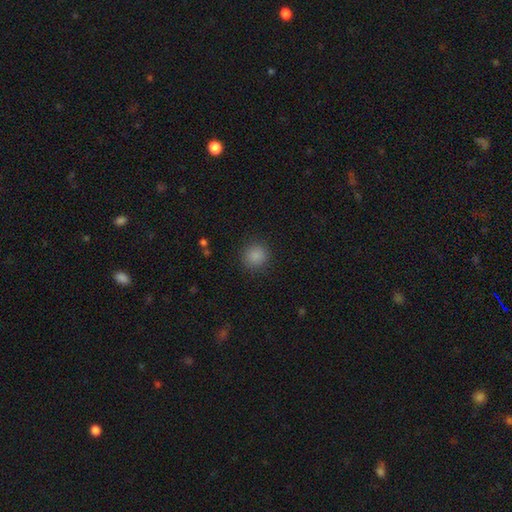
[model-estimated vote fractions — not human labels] Overall: smooth (86%). How rounded: round (91%). Merging: none (90%).